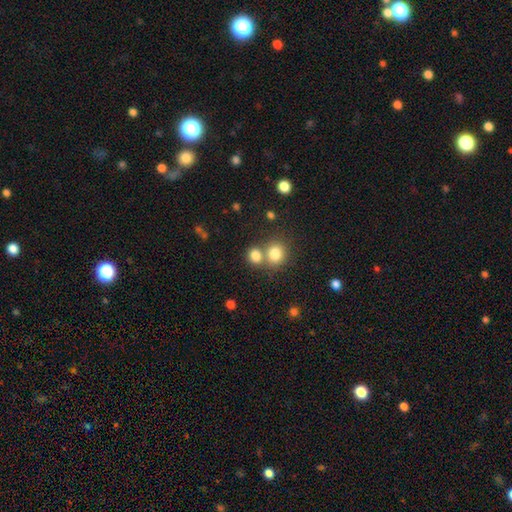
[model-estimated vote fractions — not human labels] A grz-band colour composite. It shows a smooth galaxy with no disk features (80%) that is round (74%). Merging: none (49%).